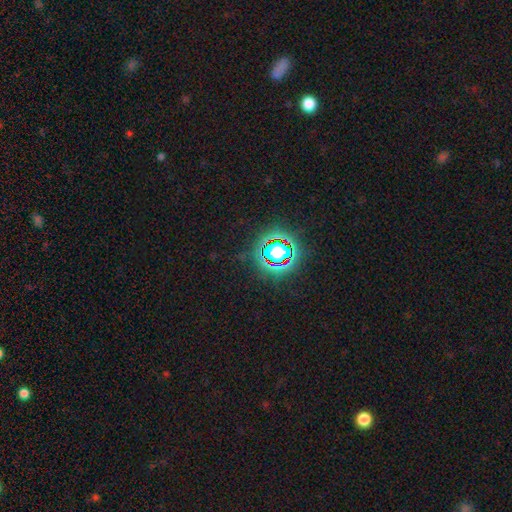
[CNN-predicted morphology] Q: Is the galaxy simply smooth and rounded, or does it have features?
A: star or artifact — 81%.